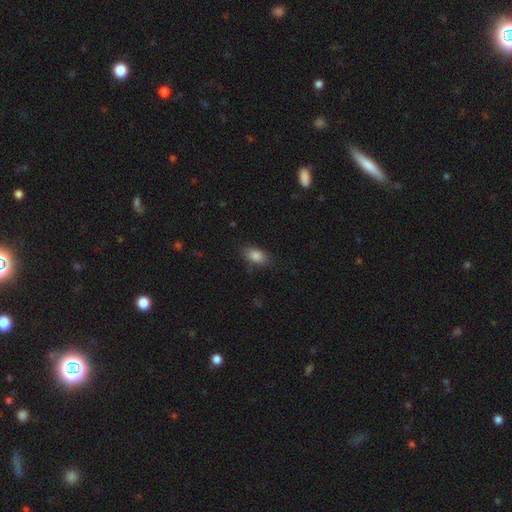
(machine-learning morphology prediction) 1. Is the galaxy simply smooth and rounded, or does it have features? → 86% smooth, 8% star or artifact, 6% featured or disk.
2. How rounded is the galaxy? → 90% in between, 6% round, 4% cigar-shaped.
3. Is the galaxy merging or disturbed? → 81% none, 14% minor disturbance, 4% major disturbance, 1% merger.